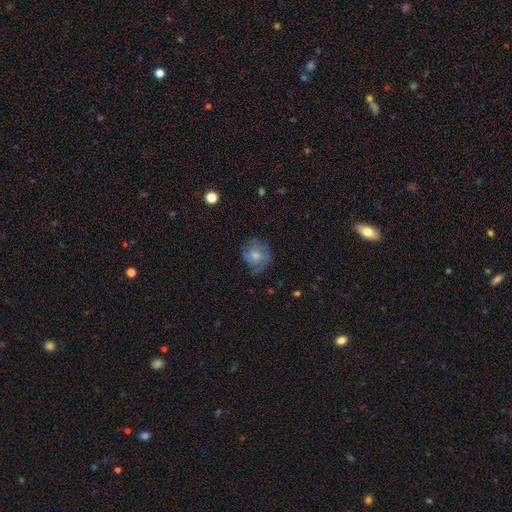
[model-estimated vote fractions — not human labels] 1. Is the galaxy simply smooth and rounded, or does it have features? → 58% smooth, 33% featured or disk, 9% star or artifact.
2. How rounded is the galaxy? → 76% round, 23% in between, 1% cigar-shaped.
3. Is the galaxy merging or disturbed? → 60% none, 26% minor disturbance, 12% major disturbance, 1% merger.